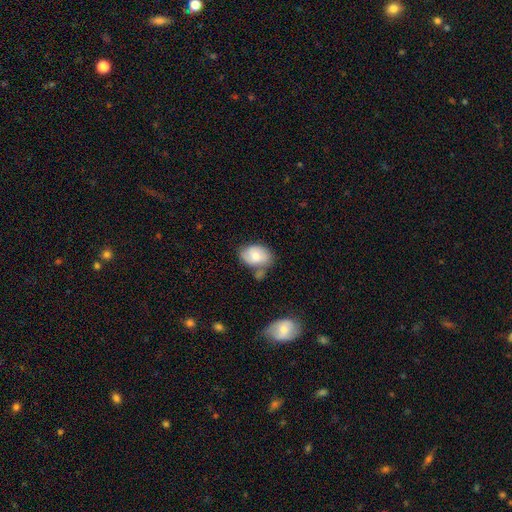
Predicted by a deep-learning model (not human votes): smooth-or-featured: smooth: 67% | featured or disk: 26% | star or artifact: 7%
  how-rounded: in between: 79% | round: 20% | cigar-shaped: 1%
  merging: none: 51% | minor disturbance: 24% | merger: 18% | major disturbance: 7%